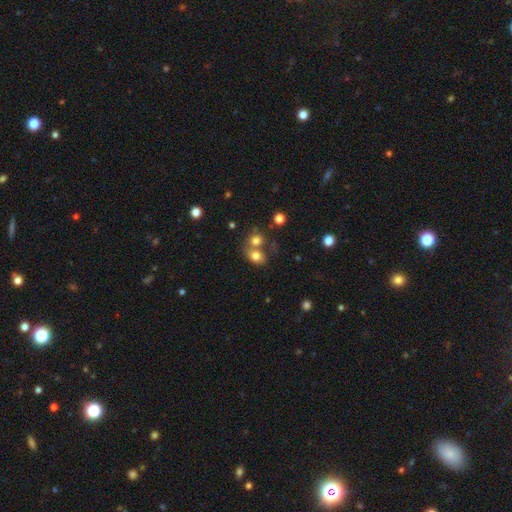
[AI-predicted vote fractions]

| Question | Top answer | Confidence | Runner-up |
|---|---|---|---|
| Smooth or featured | smooth | 76% | star or artifact (12%) |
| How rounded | in between | 54% | round (45%) |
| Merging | merger | 46% | none (40%) |